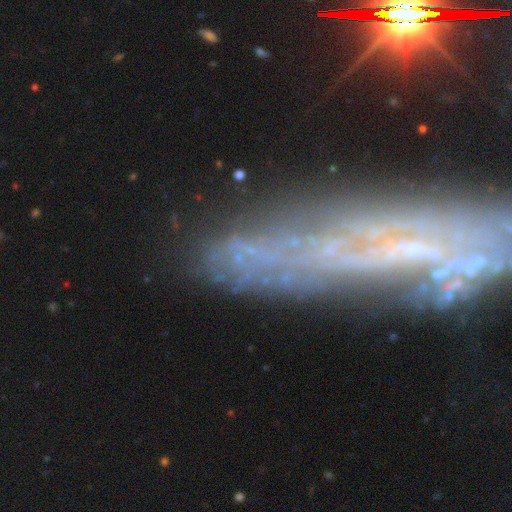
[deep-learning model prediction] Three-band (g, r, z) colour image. It shows a featured or disk galaxy (56%). Merging: none (59%).